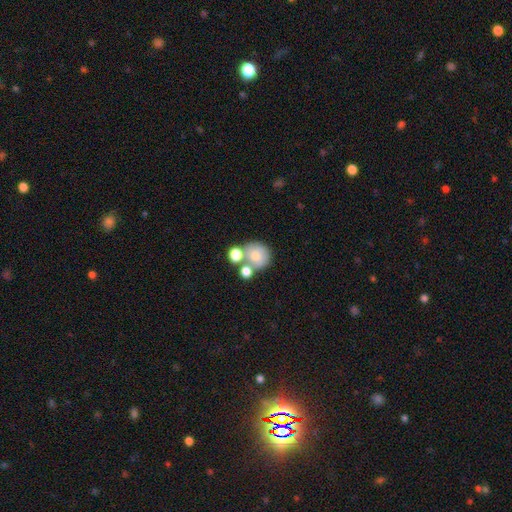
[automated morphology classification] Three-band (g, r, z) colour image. It shows a smooth galaxy with no disk features (69%) that is round (81%). Merging: none (43%).